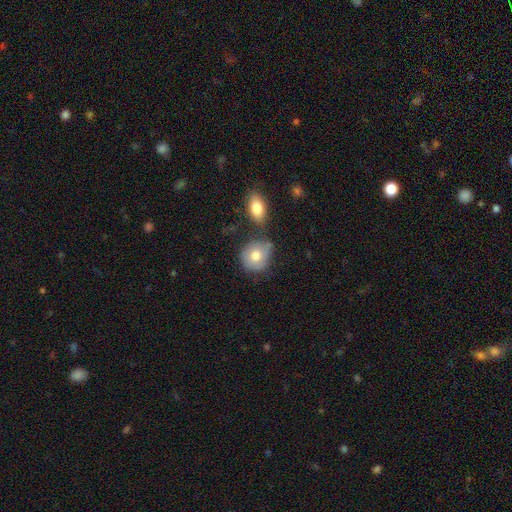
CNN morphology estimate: Smooth or featured?
  - smooth: 74% *
  - featured or disk: 19%
  - star or artifact: 7%
How rounded?
  - round: 71% *
  - in between: 28%
  - cigar-shaped: 1%
Merging?
  - none: 51% *
  - minor disturbance: 25%
  - merger: 16%
  - major disturbance: 8%